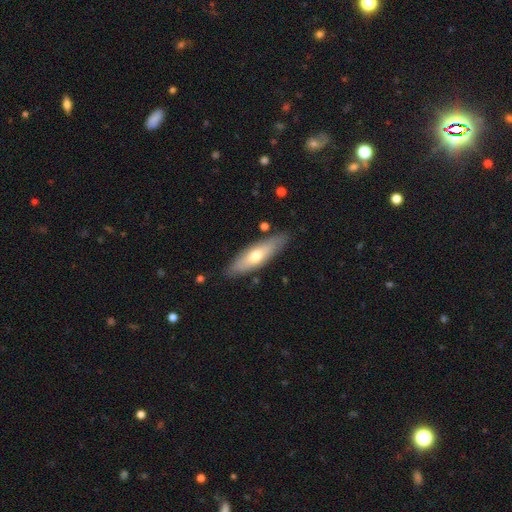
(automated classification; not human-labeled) smooth-or-featured: smooth: 57% | featured or disk: 37% | star or artifact: 5%
  how-rounded: cigar-shaped: 57% | in between: 41% | round: 2%
  merging: none: 84% | minor disturbance: 12% | major disturbance: 2% | merger: 2%